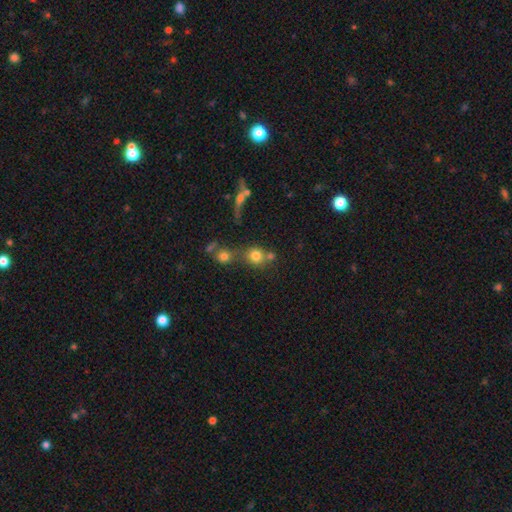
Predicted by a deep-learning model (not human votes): A smooth galaxy with no disk features (76%) that is round (84%).

Vote fractions:
- Smooth or featured? smooth: 76% / star or artifact: 13% / featured or disk: 11%
- How rounded? round: 84% / in between: 14% / cigar-shaped: 2%
- Merging? none: 50% / merger: 34% / minor disturbance: 10% / major disturbance: 6%